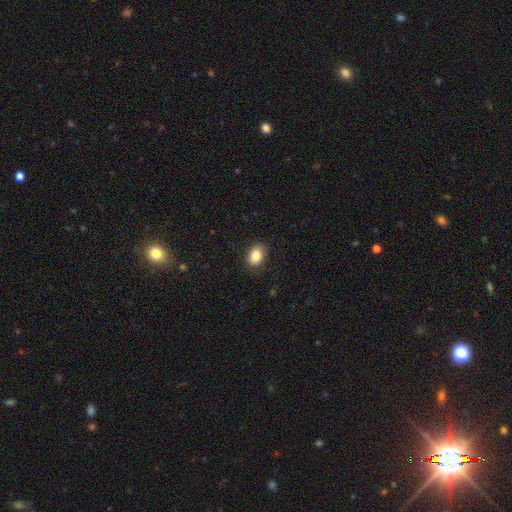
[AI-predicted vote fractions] smooth-or-featured: smooth: 86% | star or artifact: 8% | featured or disk: 6%
  how-rounded: in between: 77% | round: 22% | cigar-shaped: 1%
  merging: none: 88% | minor disturbance: 9% | major disturbance: 2% | merger: 1%